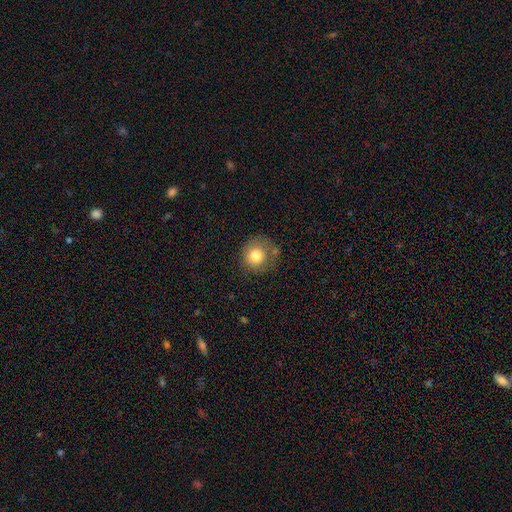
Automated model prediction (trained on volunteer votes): Morphology: type=smooth (79%); roundness=round (90%); merging=none (63%).